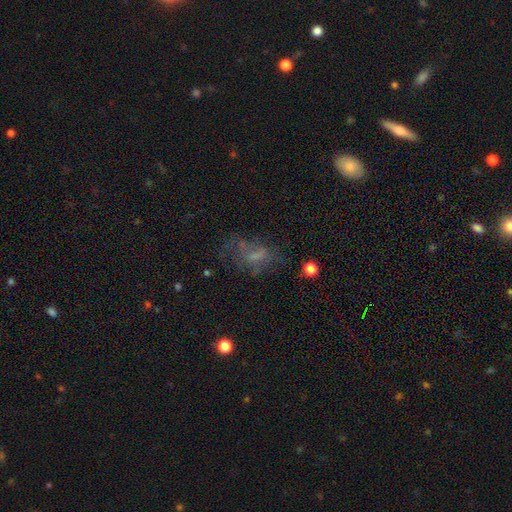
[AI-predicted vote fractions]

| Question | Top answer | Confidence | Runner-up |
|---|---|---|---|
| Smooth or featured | smooth | 41% | featured or disk (38%) |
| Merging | none | 41% | major disturbance (34%) |